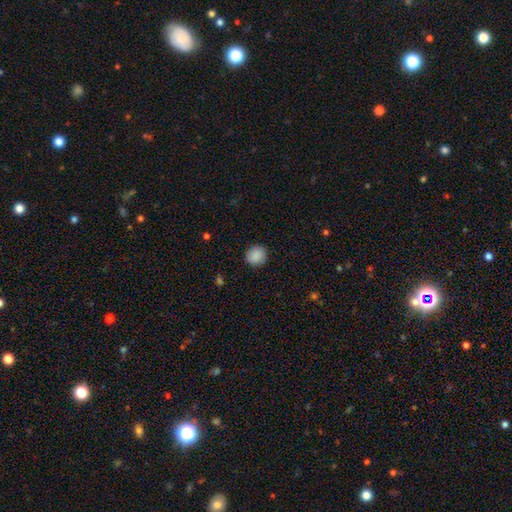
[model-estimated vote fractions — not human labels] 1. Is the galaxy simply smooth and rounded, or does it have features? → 89% smooth, 8% star or artifact, 3% featured or disk.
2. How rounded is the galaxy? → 90% round, 9% in between, 1% cigar-shaped.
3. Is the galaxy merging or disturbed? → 90% none, 7% minor disturbance, 2% major disturbance, 1% merger.